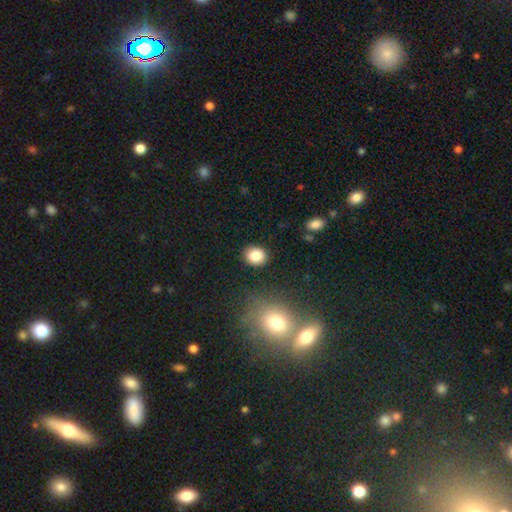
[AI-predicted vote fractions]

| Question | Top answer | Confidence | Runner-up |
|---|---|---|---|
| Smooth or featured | smooth | 85% | star or artifact (9%) |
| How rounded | round | 70% | in between (29%) |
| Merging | none | 88% | minor disturbance (7%) |